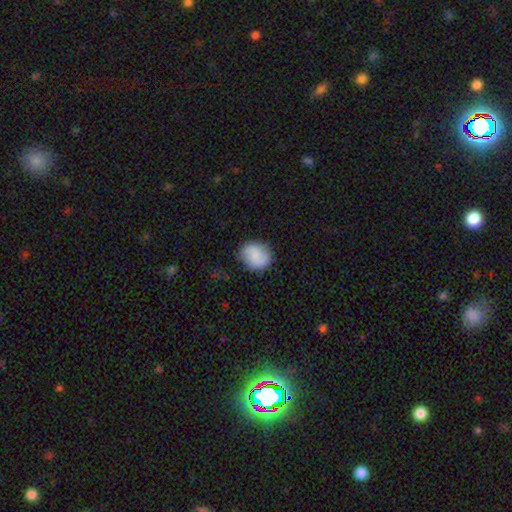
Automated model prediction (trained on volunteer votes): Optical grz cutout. It shows a smooth galaxy with no disk features (71%) that is round (73%). Merging: none (83%).